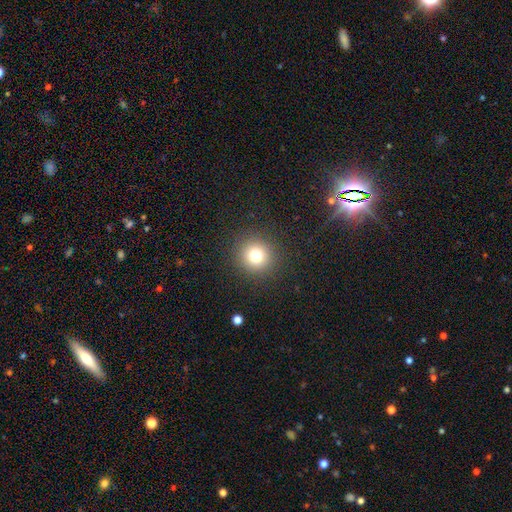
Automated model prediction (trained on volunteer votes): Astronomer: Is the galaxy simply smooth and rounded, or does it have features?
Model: smooth — 77%.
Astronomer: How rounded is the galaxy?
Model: round — 94%.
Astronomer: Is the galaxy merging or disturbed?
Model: none — 90%.